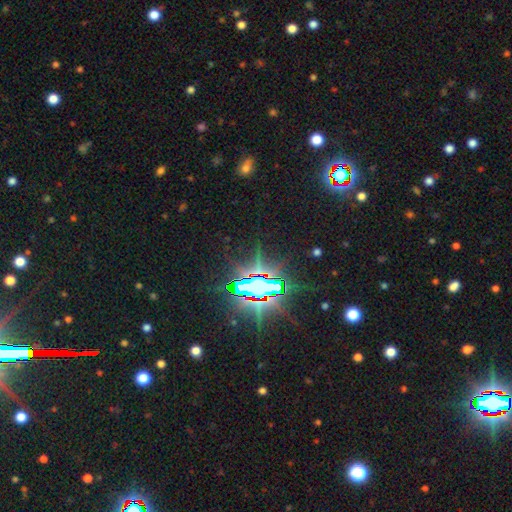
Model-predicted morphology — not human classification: This is clearly a star or artifact rather than a galaxy (85%).